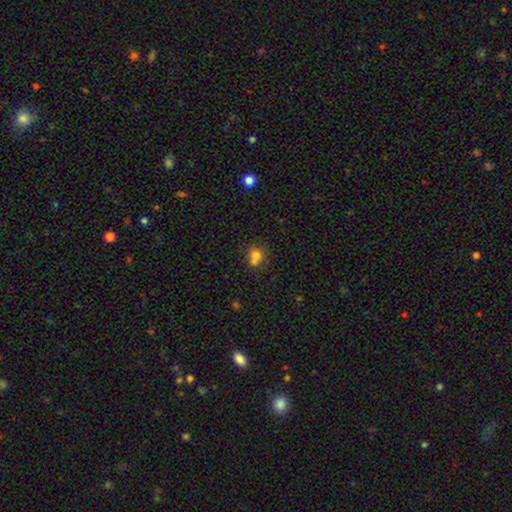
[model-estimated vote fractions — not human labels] This appears to be a smooth galaxy with no disk features (73%) that is round (80%). Merging: merger (44%, tied with none).